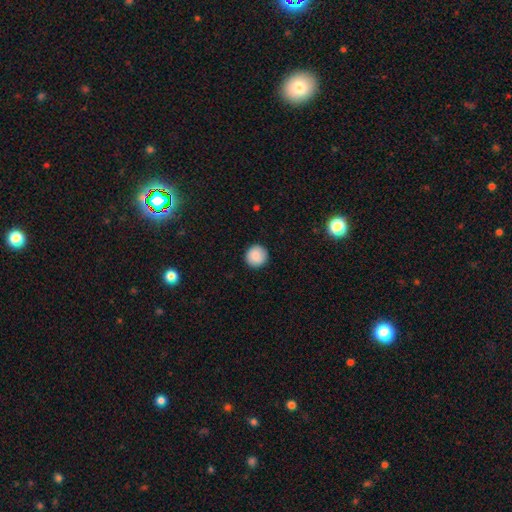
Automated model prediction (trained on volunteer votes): This appears to be a smooth galaxy with no disk features (88%) that is round (96%). Merging: none (92%).